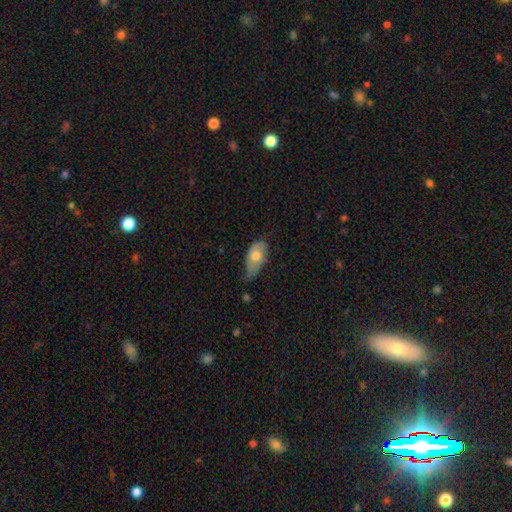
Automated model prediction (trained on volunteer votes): smooth_or_featured: smooth (p=0.66) [alt: featured or disk p=0.28]
how_rounded: in between (p=0.91) [alt: round p=0.05]
merging: minor disturbance (p=0.47) [alt: none p=0.33]